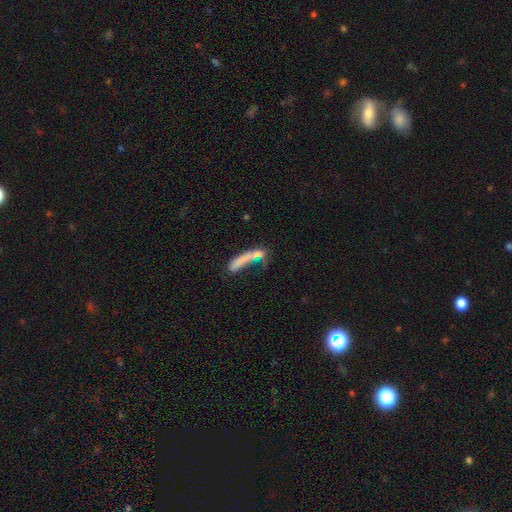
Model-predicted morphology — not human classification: A smooth galaxy with no disk features (63%) that is cigar-shaped (78%).

Vote fractions:
- Smooth or featured? smooth: 63% / featured or disk: 26% / star or artifact: 11%
- How rounded? cigar-shaped: 78% / in between: 18% / round: 4%
- Merging? none: 34% / merger: 28% / major disturbance: 23% / minor disturbance: 15%